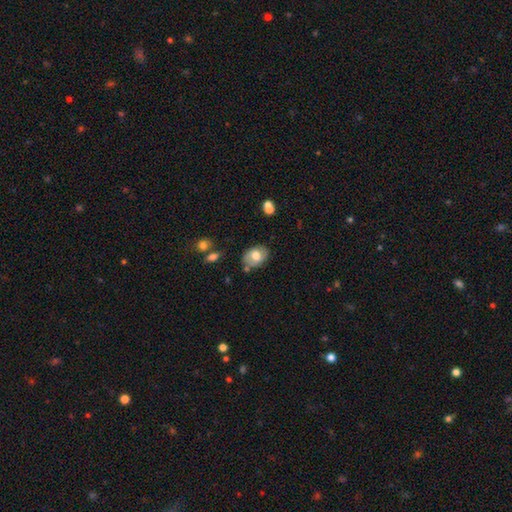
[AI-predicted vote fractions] smooth-or-featured: smooth: 68% | featured or disk: 24% | star or artifact: 7%
  how-rounded: in between: 76% | round: 23% | cigar-shaped: 1%
  merging: none: 75% | minor disturbance: 16% | merger: 5% | major disturbance: 4%